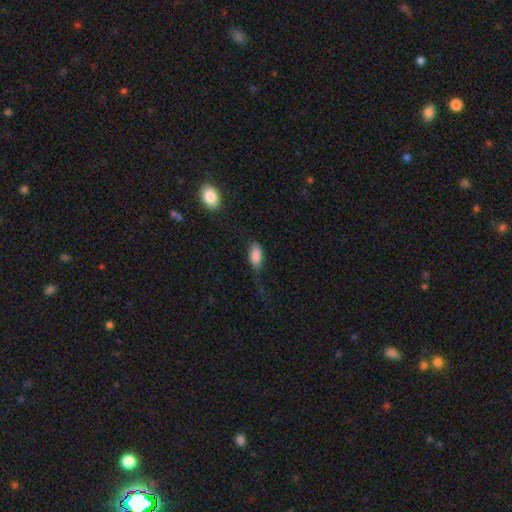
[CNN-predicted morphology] This appears to be a smooth galaxy with no disk features (84%) that is in between round and cigar-shaped (89%). Merging: none (44%).